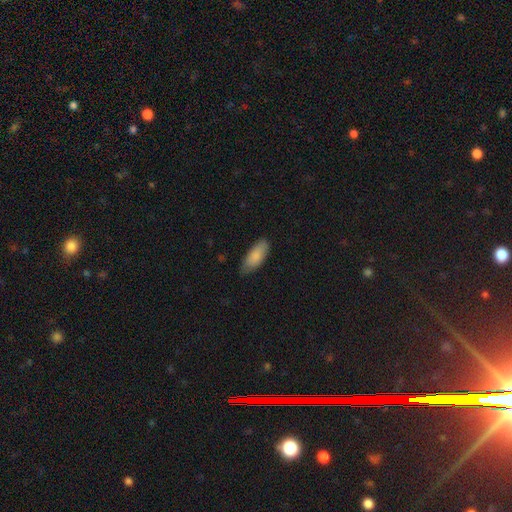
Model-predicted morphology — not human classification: Smooth or featured: smooth — 87% (featured or disk — 7%)
How rounded: in between — 80% (cigar-shaped — 18%)
Merging: none — 76% (minor disturbance — 20%)